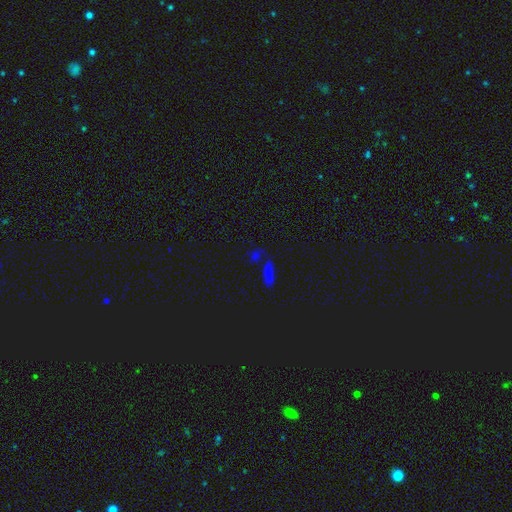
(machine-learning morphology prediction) This appears to be a smooth galaxy with no disk features (53%) that is cigar-shaped (48%). Merging: none (67%).